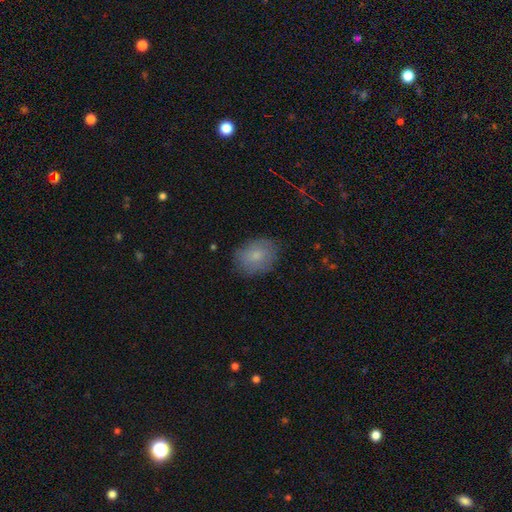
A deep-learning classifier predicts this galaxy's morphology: This is likely a smooth galaxy (75%). How rounded: likely in between (68%). Merging: clearly none (80%).